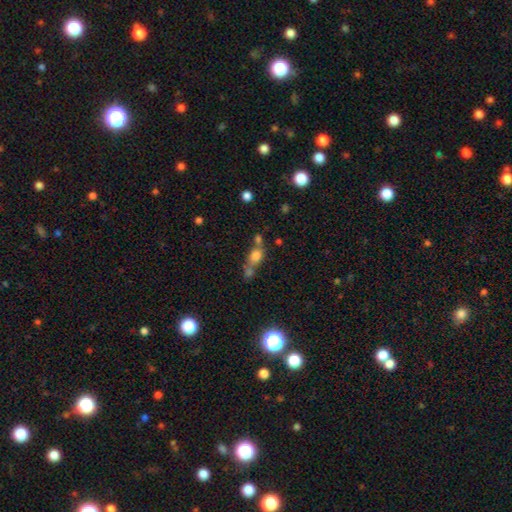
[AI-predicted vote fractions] Smooth or featured? smooth (71%)
How rounded? in between (46%, tied with round)
Merging? merger (51%)